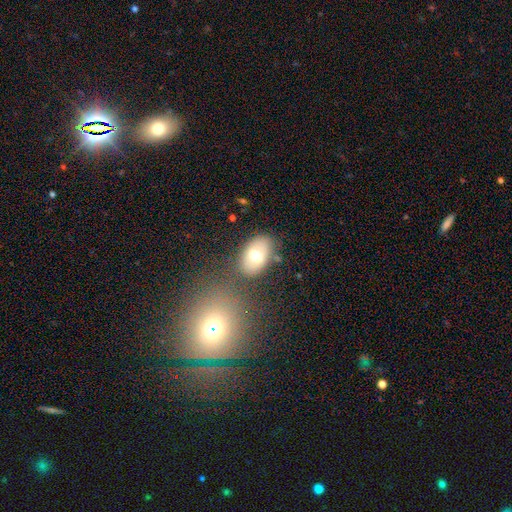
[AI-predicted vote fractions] Smooth or featured? smooth (66%)
How rounded? in between (87%)
Merging? none (74%)